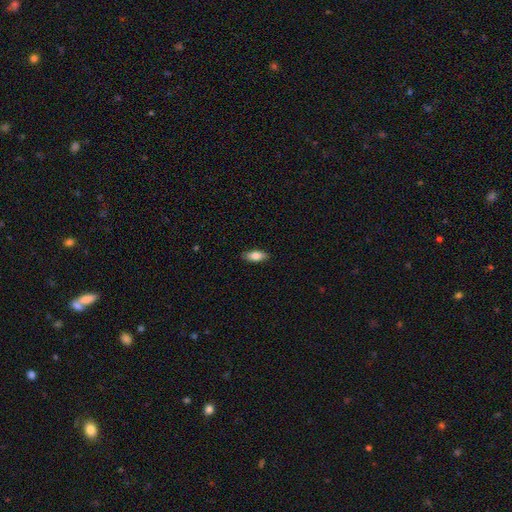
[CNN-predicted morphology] Smooth or featured?
  - smooth: 83% *
  - featured or disk: 11%
  - star or artifact: 6%
How rounded?
  - in between: 81% *
  - cigar-shaped: 17%
  - round: 2%
Merging?
  - none: 87% *
  - minor disturbance: 10%
  - major disturbance: 2%
  - merger: 1%